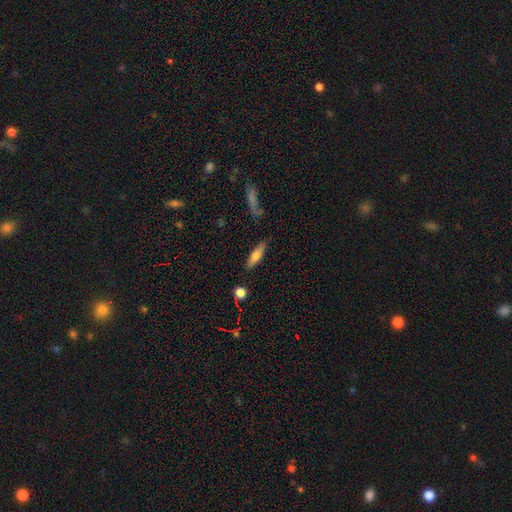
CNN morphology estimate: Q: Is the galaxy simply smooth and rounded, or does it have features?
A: smooth — 63%.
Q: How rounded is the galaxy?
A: cigar-shaped — 64%.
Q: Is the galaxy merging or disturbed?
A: none — 83%.